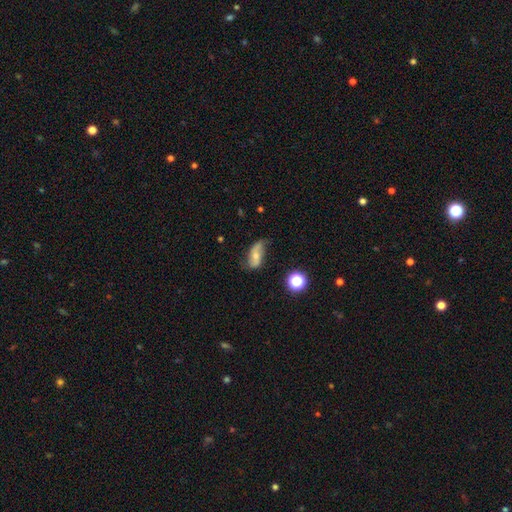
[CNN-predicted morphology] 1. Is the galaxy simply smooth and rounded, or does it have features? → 55% featured or disk, 36% smooth, 9% star or artifact.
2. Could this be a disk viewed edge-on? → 92% no, 8% yes.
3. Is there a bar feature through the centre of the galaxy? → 54% no, 30% weak, 16% strong.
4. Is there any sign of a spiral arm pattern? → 83% yes, 17% no.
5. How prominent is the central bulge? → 47% small, 44% moderate, 4% none, 3% large, 1% dominant.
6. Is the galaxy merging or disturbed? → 54% none, 31% minor disturbance, 12% major disturbance, 3% merger.